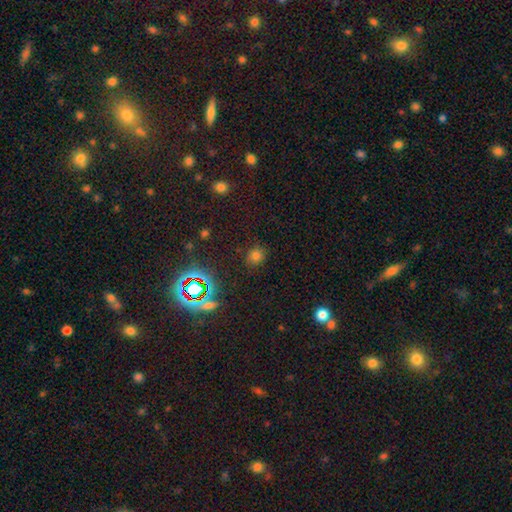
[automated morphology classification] Q: Smooth or featured?
A: smooth (69%); runner-up: star or artifact (24%)
Q: How rounded?
A: round (79%); runner-up: in between (20%)
Q: Merging?
A: none (85%); runner-up: minor disturbance (10%)